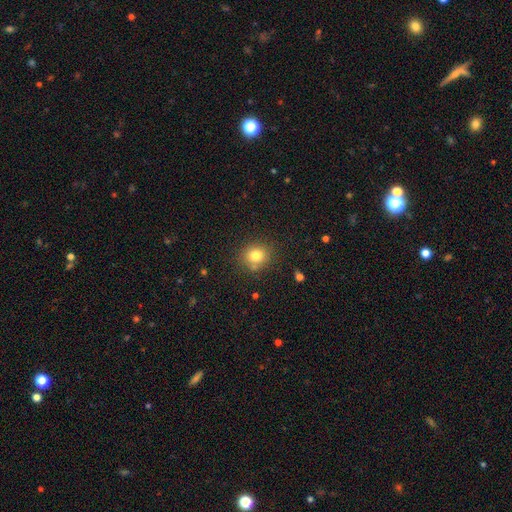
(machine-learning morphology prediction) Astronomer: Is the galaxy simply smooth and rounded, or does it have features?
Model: smooth — 79%.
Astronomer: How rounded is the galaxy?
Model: round — 80%.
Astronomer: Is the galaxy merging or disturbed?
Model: none — 80%.